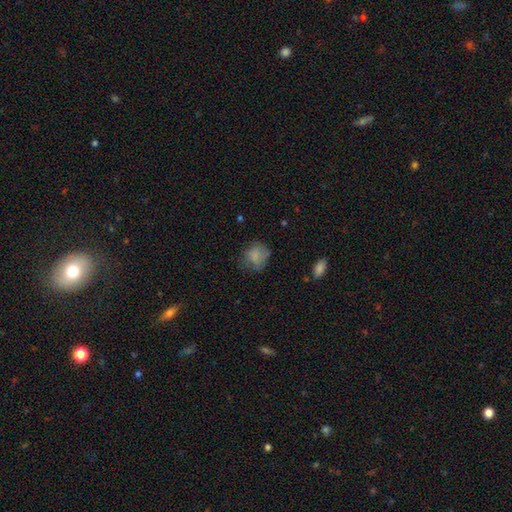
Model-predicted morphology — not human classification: This appears to be a smooth galaxy with no disk features (77%) that is round (62%). Merging: none (53%).